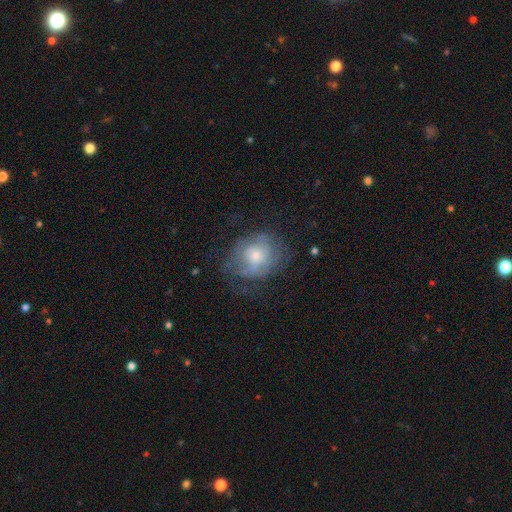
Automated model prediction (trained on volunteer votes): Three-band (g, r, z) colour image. It shows a featured or disk galaxy (50%). Merging: none (54%).